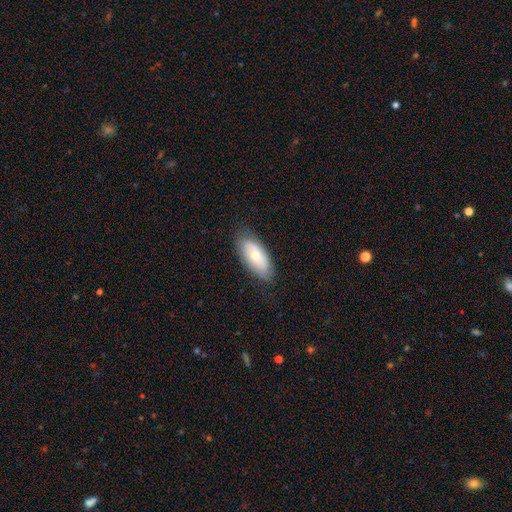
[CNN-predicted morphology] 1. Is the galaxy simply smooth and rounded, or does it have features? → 58% smooth, 36% featured or disk, 6% star or artifact.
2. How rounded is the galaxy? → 89% in between, 8% cigar-shaped, 3% round.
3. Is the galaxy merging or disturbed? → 80% none, 16% minor disturbance, 3% major disturbance, 1% merger.